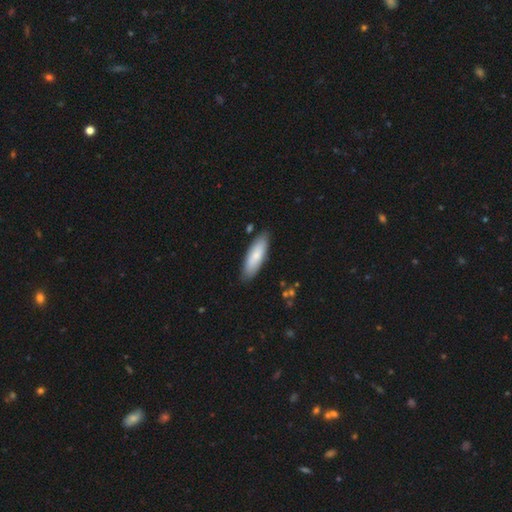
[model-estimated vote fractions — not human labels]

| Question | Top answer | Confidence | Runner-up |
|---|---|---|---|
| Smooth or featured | smooth | 77% | featured or disk (17%) |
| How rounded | in between | 56% | cigar-shaped (42%) |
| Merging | none | 84% | minor disturbance (12%) |